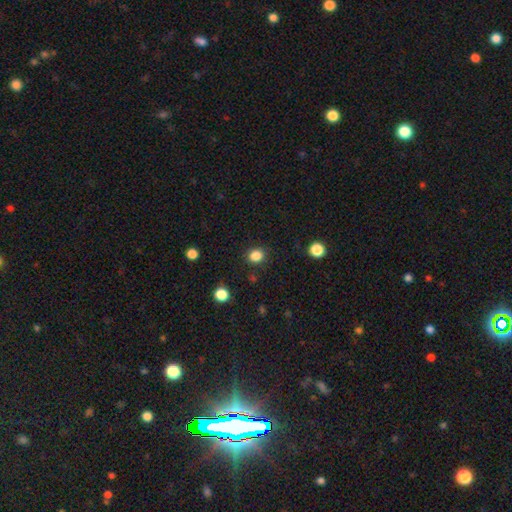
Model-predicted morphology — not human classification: This appears to be a smooth galaxy with no disk features (85%) that is round (78%). Merging: none (88%).